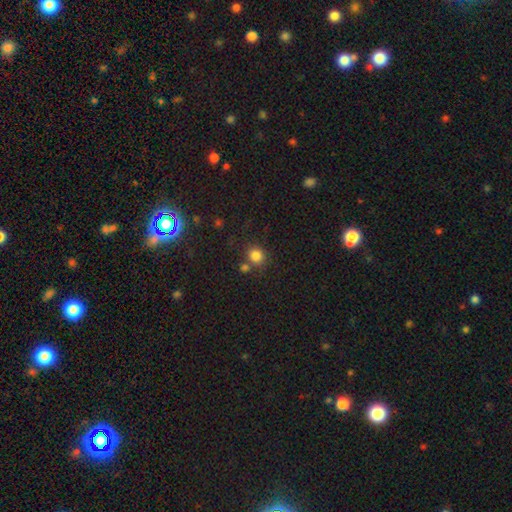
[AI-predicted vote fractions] The model was most divided on "merging": none: 68%, merger: 18%, minor disturbance: 10%, major disturbance: 4%. More confident: how rounded — round (83%); smooth or featured — smooth (82%).